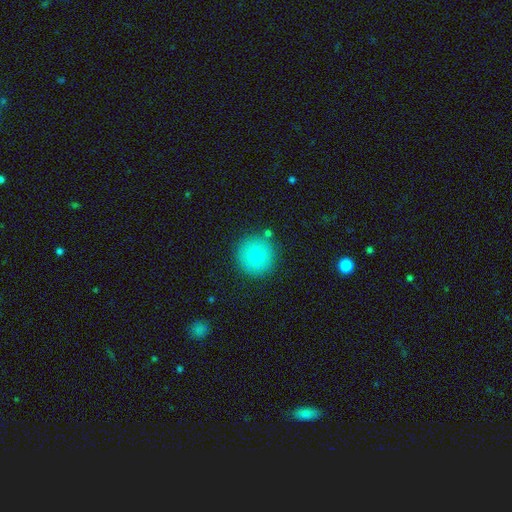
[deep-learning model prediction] Smooth or featured?
  - smooth: 76% *
  - featured or disk: 14%
  - star or artifact: 10%
How rounded?
  - round: 96% *
  - in between: 3%
  - cigar-shaped: 1%
Merging?
  - none: 87% *
  - minor disturbance: 8%
  - merger: 3%
  - major disturbance: 2%